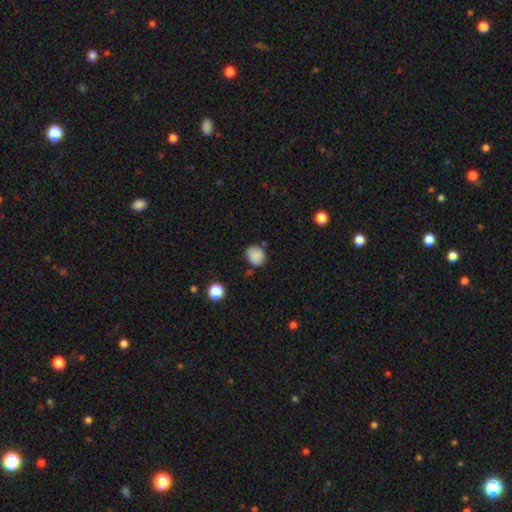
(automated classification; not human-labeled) smooth 85%, star or artifact 10%, featured or disk 6%. Down the decision tree: how rounded — round (66%); merging — none (65%).